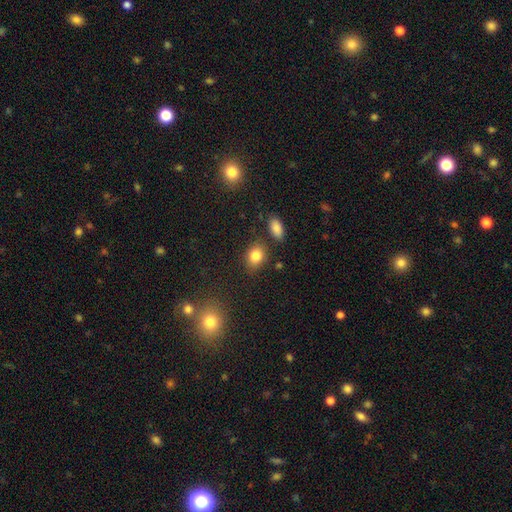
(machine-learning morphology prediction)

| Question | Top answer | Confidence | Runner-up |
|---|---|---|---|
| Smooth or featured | smooth | 83% | star or artifact (10%) |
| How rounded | in between | 62% | round (37%) |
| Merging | none | 79% | minor disturbance (13%) |